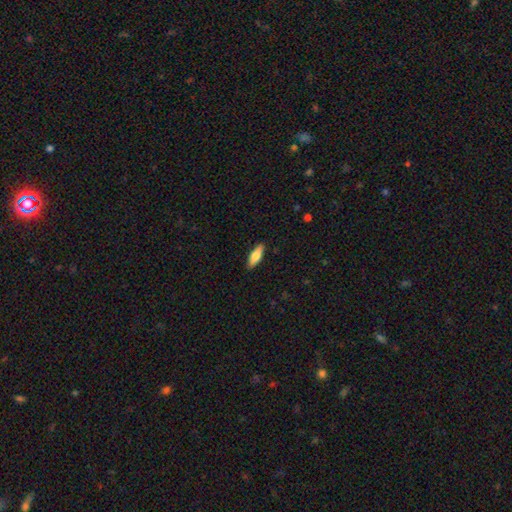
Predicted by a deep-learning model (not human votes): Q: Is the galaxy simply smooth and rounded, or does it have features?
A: smooth — 72%.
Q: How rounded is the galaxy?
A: in between — 58%.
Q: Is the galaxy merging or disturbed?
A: none — 89%.